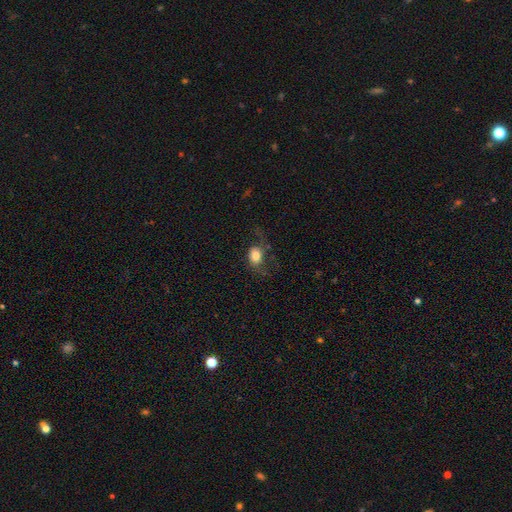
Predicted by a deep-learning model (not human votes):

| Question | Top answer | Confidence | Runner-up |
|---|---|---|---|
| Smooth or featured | smooth | 72% | featured or disk (19%) |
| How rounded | in between | 62% | round (37%) |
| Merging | none | 43% | major disturbance (31%) |